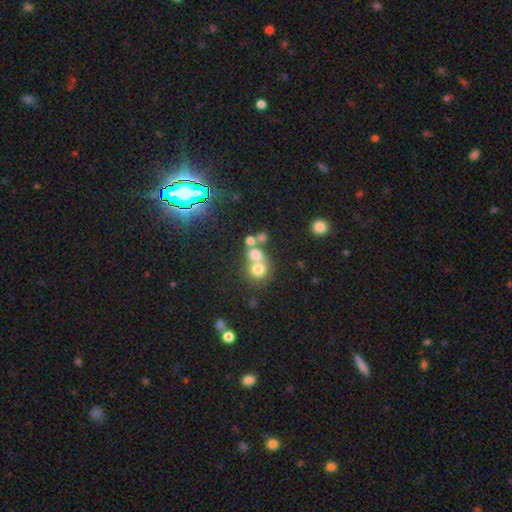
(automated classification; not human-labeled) smooth-or-featured: smooth: 65% | star or artifact: 20% | featured or disk: 15%
  how-rounded: round: 77% | in between: 22% | cigar-shaped: 1%
  merging: merger: 52% | none: 36% | minor disturbance: 7% | major disturbance: 5%